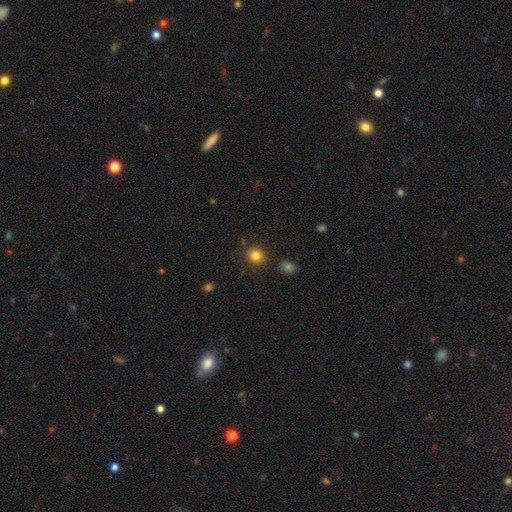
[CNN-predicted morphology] Smooth or featured? smooth (82%)
How rounded? round (85%)
Merging? none (84%)